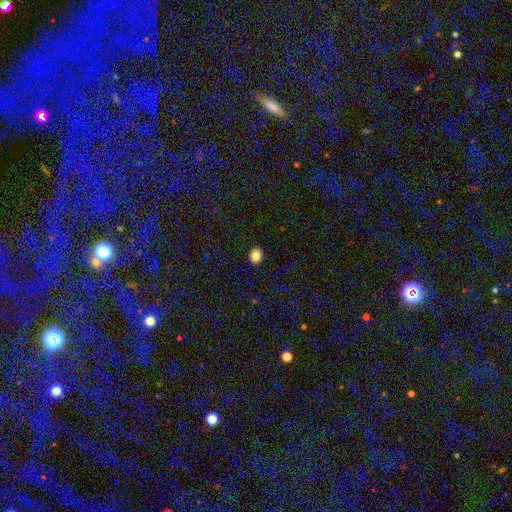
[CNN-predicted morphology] Q: Smooth or featured?
A: smooth (85%); runner-up: star or artifact (10%)
Q: How rounded?
A: in between (52%); runner-up: round (48%)
Q: Merging?
A: none (90%); runner-up: minor disturbance (7%)